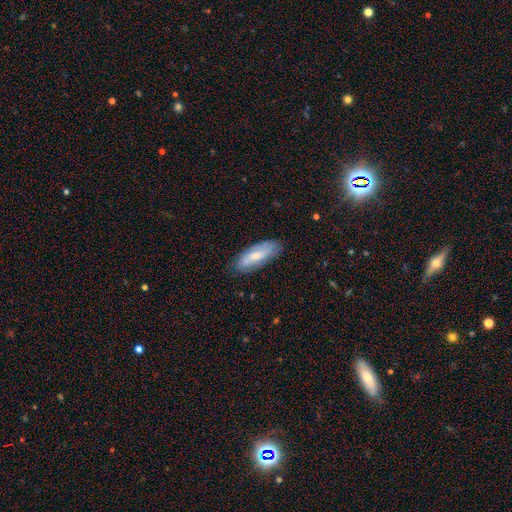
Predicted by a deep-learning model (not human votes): Smooth or featured?
  - smooth: 57% *
  - featured or disk: 36%
  - star or artifact: 7%
How rounded?
  - in between: 69% *
  - cigar-shaped: 29%
  - round: 2%
Merging?
  - none: 79% *
  - minor disturbance: 16%
  - major disturbance: 3%
  - merger: 2%